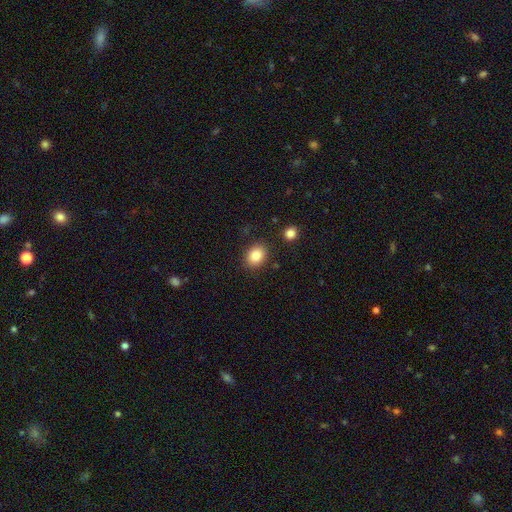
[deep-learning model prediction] Q: Smooth or featured?
A: smooth (86%); runner-up: star or artifact (9%)
Q: How rounded?
A: in between (55%); runner-up: round (44%)
Q: Merging?
A: none (85%); runner-up: minor disturbance (9%)